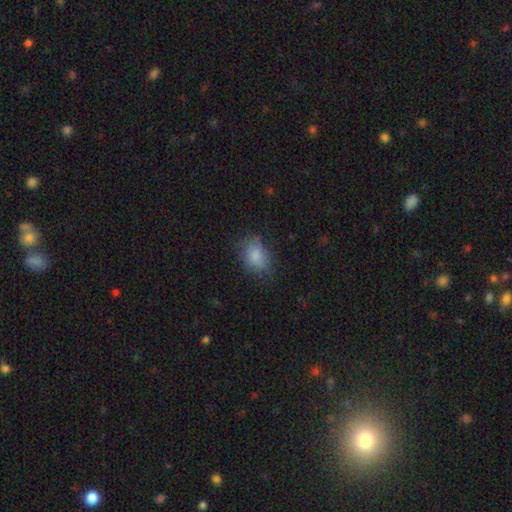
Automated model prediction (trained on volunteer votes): smooth_or_featured: smooth (p=0.82) [alt: star or artifact p=0.10]
how_rounded: in between (p=0.70) [alt: round p=0.29]
merging: none (p=0.68) [alt: minor disturbance p=0.23]